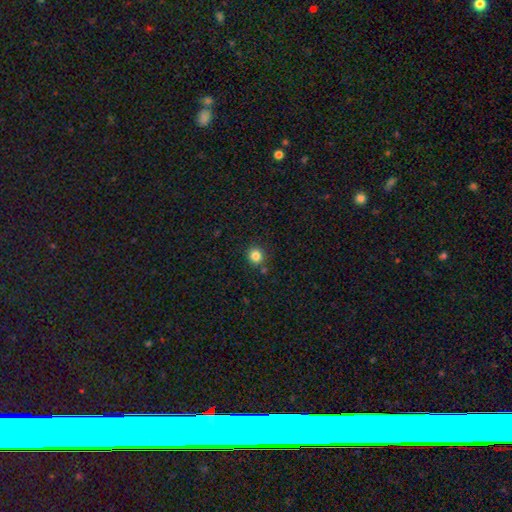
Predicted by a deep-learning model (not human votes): The model was most divided on "smooth or featured": smooth: 84%, star or artifact: 12%, featured or disk: 5%. More confident: how rounded — round (89%); merging — none (86%).